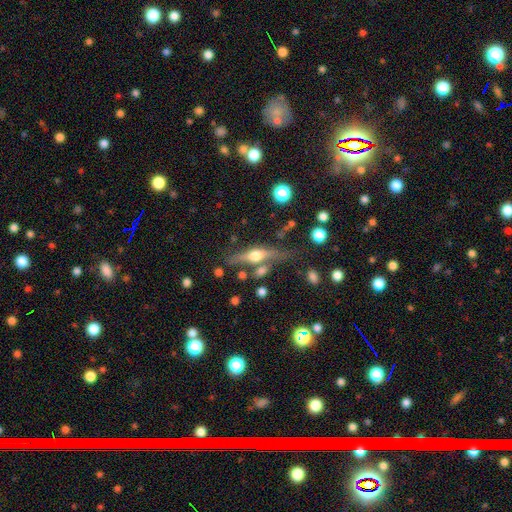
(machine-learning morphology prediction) The model was most divided on "smooth or featured": featured or disk: 68%, smooth: 25%, star or artifact: 8%. More confident: edge-on bulge — rounded (93%); edge-on disk — yes (92%); merging — none (62%).